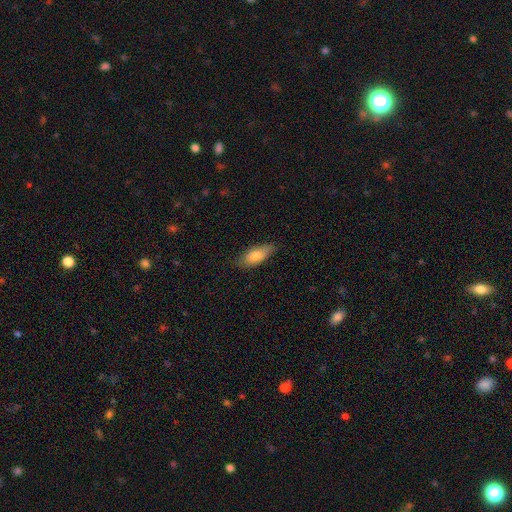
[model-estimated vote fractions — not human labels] A smooth galaxy with no disk features (76%) that is in between round and cigar-shaped (76%).

Vote fractions:
- Smooth or featured? smooth: 76% / featured or disk: 17% / star or artifact: 6%
- How rounded? in between: 76% / cigar-shaped: 22% / round: 2%
- Merging? none: 79% / minor disturbance: 17% / major disturbance: 3% / merger: 1%